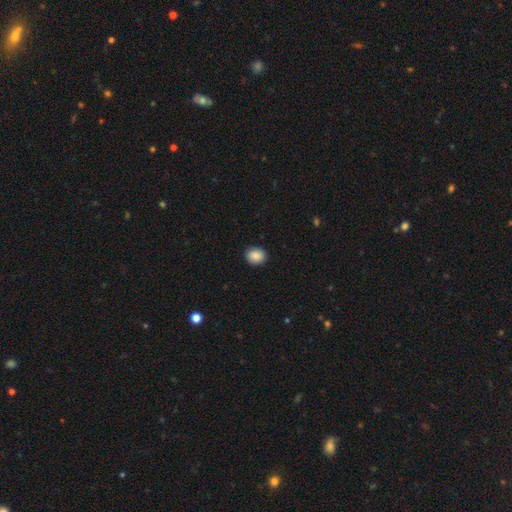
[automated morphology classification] Overall: smooth (88%). How rounded: round (68%; in between 31%). Merging: none (90%).